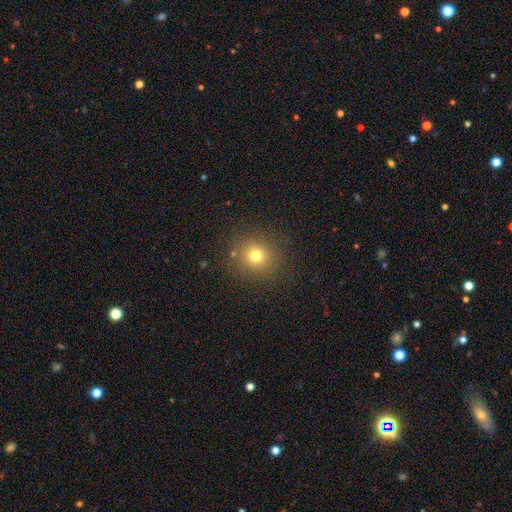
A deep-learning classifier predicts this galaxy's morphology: The model was most divided on "smooth or featured": smooth: 73%, star or artifact: 18%, featured or disk: 9%. More confident: how rounded — round (91%); merging — none (87%).